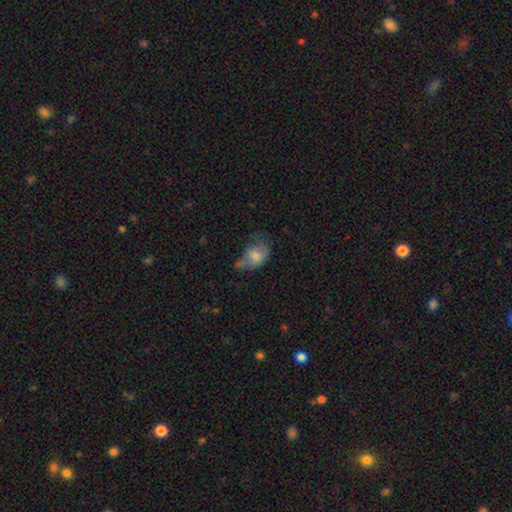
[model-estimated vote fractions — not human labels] Morphology: type=smooth (66%); roundness=in between (80%); merging=minor disturbance (32%).